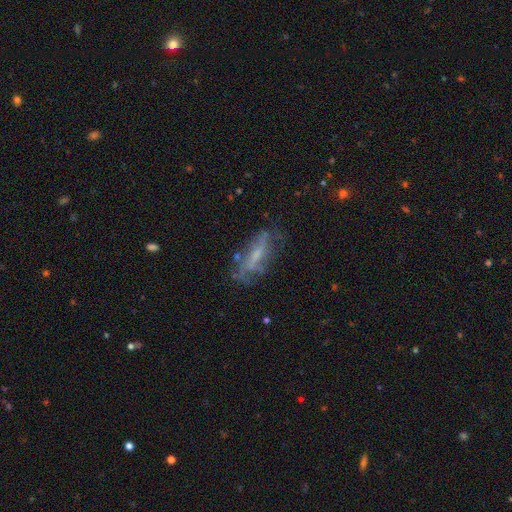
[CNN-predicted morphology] smooth_or_featured: featured or disk (p=0.58) [alt: smooth p=0.31]
disk_edge_on: no (p=0.70) [alt: yes p=0.30]
merging: none (p=0.56) [alt: minor disturbance p=0.25]